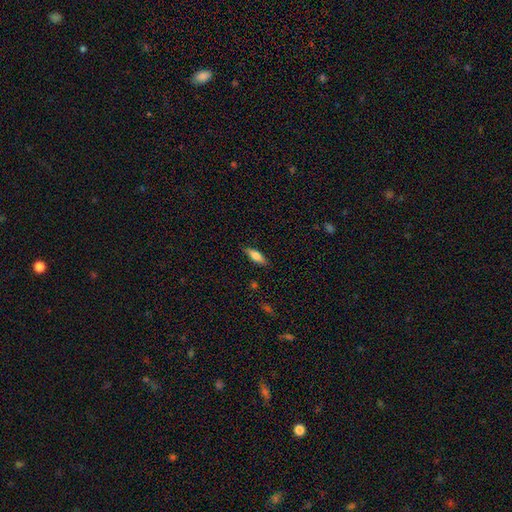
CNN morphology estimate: smooth-or-featured: smooth: 72% | featured or disk: 22% | star or artifact: 7%
  how-rounded: in between: 60% | cigar-shaped: 38% | round: 2%
  merging: none: 84% | minor disturbance: 12% | major disturbance: 3% | merger: 1%